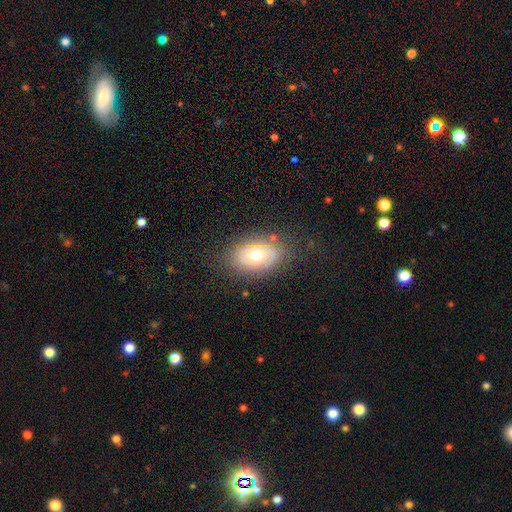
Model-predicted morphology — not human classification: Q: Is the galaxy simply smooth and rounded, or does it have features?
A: featured or disk — 46%.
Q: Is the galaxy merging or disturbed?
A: none — 71%.